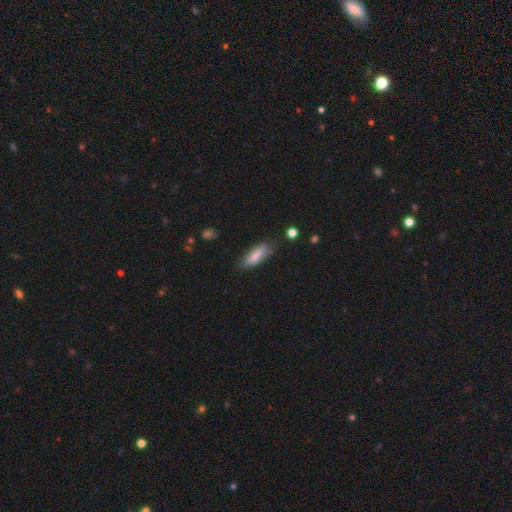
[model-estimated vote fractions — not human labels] smooth-or-featured: smooth: 81% | featured or disk: 12% | star or artifact: 7%
  how-rounded: in between: 55% | cigar-shaped: 43% | round: 2%
  merging: none: 71% | minor disturbance: 22% | major disturbance: 5% | merger: 2%